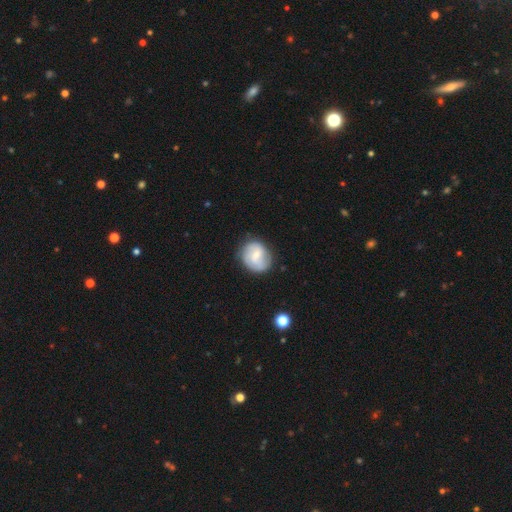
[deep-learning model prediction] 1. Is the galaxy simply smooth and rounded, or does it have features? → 47% smooth, 46% featured or disk, 7% star or artifact.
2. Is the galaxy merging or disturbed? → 73% none, 19% minor disturbance, 6% major disturbance, 2% merger.